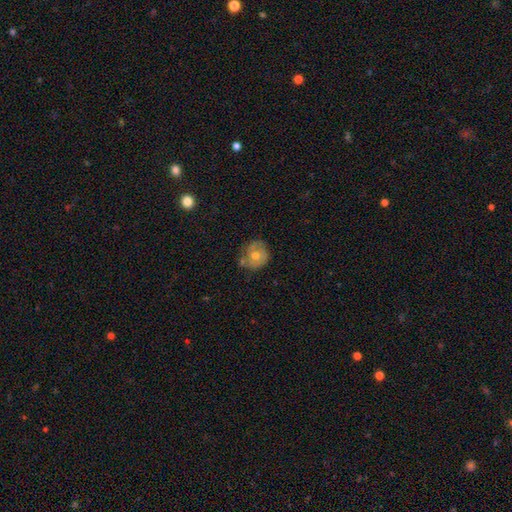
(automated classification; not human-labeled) Smooth or featured?
  - featured or disk: 50% *
  - smooth: 41%
  - star or artifact: 9%
Merging?
  - none: 63% *
  - minor disturbance: 24%
  - major disturbance: 8%
  - merger: 6%